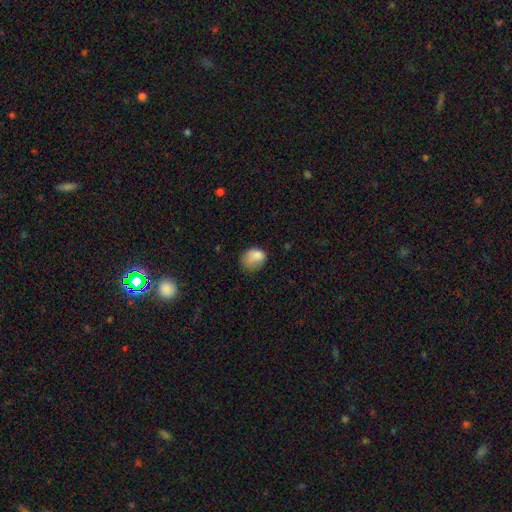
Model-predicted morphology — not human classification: Q: Smooth or featured?
A: smooth (80%); runner-up: featured or disk (10%)
Q: How rounded?
A: in between (59%); runner-up: round (40%)
Q: Merging?
A: none (42%); runner-up: minor disturbance (35%)